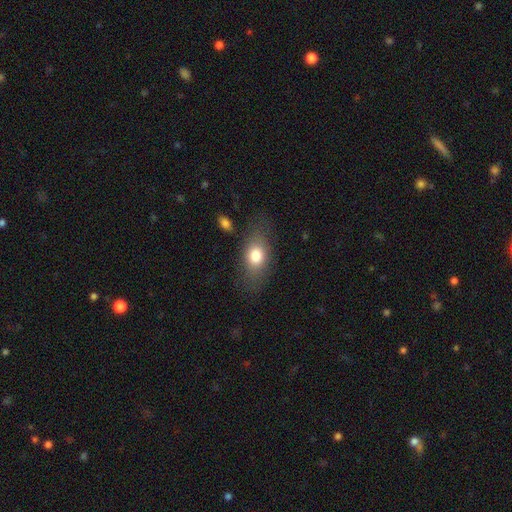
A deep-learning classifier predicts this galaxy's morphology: Smooth or featured: smooth — 76% (featured or disk — 15%)
How rounded: in between — 77% (round — 18%)
Merging: none — 74% (minor disturbance — 16%)